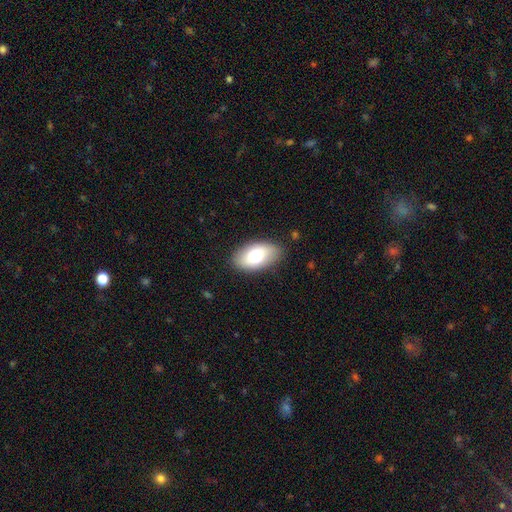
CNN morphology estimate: This appears to be a smooth galaxy with no disk features (72%) that is in between round and cigar-shaped (93%). Merging: none (85%).